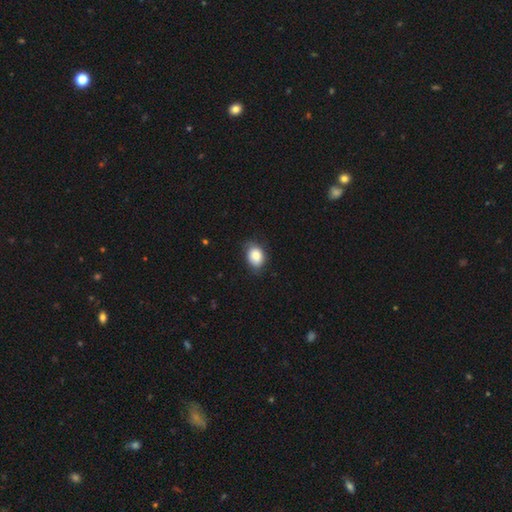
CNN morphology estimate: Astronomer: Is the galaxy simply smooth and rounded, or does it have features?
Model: smooth — 83%.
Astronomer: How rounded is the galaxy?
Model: in between — 70%.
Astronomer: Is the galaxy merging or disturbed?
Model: none — 73%.